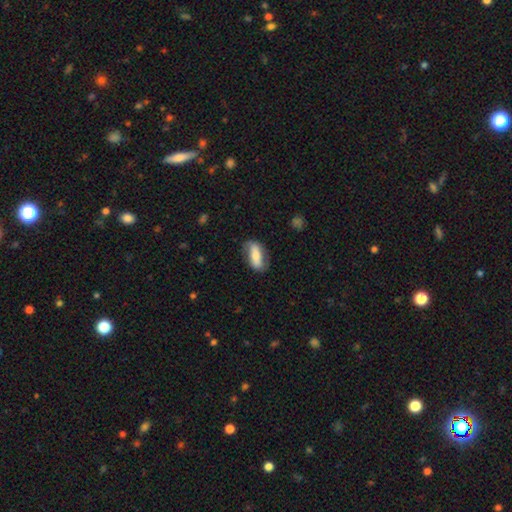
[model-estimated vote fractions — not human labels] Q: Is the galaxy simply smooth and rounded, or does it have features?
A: smooth — 50%.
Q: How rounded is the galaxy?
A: in between — 79%.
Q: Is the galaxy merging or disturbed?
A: none — 73%.